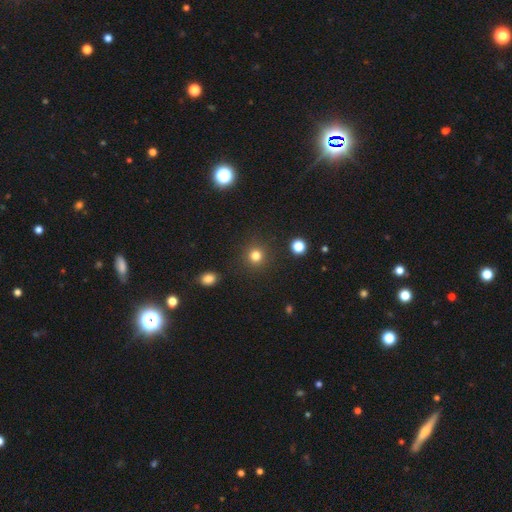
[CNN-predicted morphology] Smooth or featured: smooth — 80% (star or artifact — 15%)
How rounded: round — 93% (in between — 6%)
Merging: none — 90% (minor disturbance — 6%)